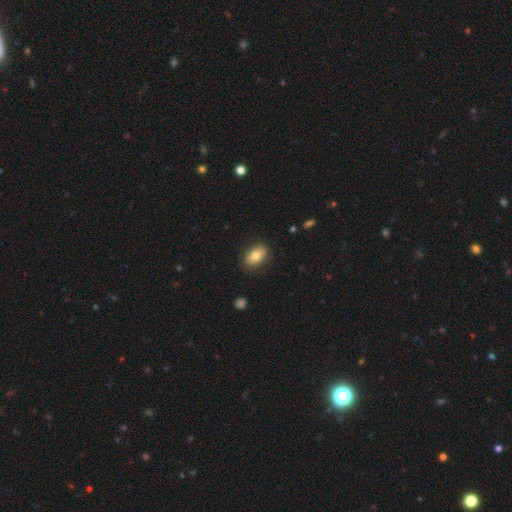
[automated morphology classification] Q: Smooth or featured?
A: smooth (75%); runner-up: featured or disk (18%)
Q: How rounded?
A: in between (83%); runner-up: round (14%)
Q: Merging?
A: none (84%); runner-up: minor disturbance (12%)